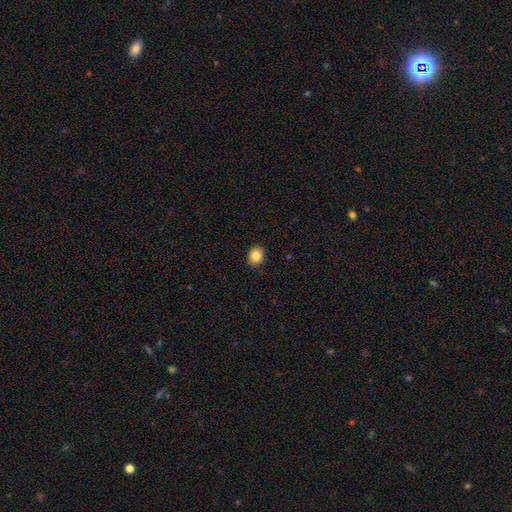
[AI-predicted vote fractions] Morphology: type=smooth (84%); roundness=round (51%); merging=none (90%).